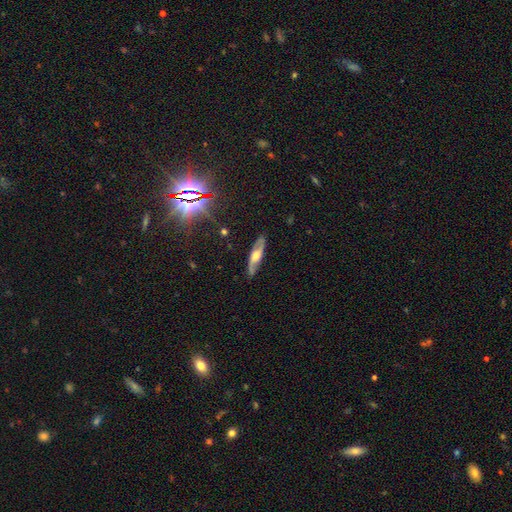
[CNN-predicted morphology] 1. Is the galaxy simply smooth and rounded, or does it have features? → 66% featured or disk, 27% smooth, 7% star or artifact.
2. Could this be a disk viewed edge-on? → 55% no, 45% yes.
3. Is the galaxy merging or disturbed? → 84% none, 12% minor disturbance, 3% major disturbance, 1% merger.